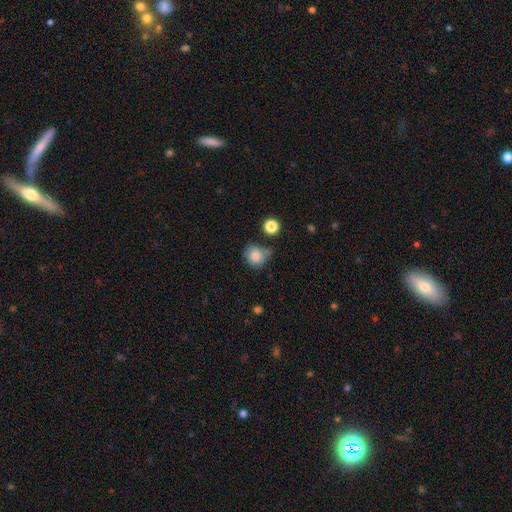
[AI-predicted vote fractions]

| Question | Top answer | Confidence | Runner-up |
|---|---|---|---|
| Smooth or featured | smooth | 83% | star or artifact (10%) |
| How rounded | round | 77% | in between (22%) |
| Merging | none | 52% | minor disturbance (28%) |